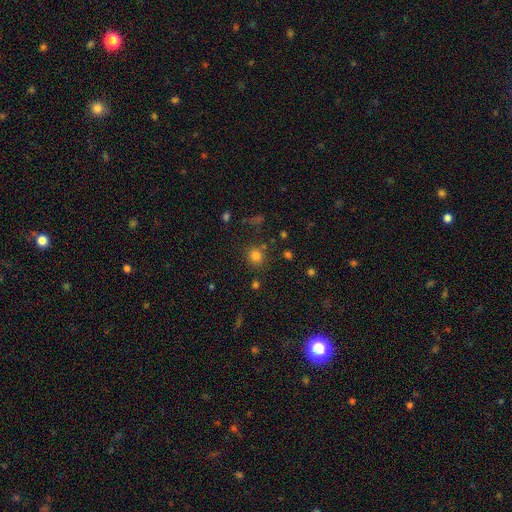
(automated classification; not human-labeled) smooth 79%, star or artifact 15%, featured or disk 5%. Down the decision tree: how rounded — round (87%); merging — none (81%).